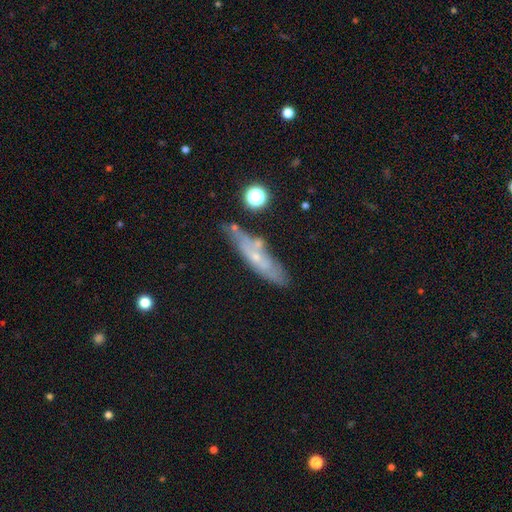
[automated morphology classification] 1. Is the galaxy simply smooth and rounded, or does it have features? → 51% featured or disk, 40% smooth, 10% star or artifact.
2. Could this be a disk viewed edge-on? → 55% yes, 45% no.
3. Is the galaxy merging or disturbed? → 65% none, 21% minor disturbance, 8% merger, 6% major disturbance.